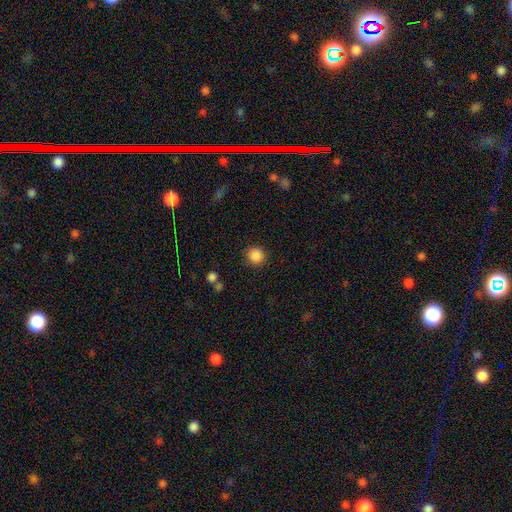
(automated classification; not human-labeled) smooth-or-featured: smooth: 87% | star or artifact: 10% | featured or disk: 3%
  how-rounded: round: 93% | in between: 6% | cigar-shaped: 1%
  merging: none: 88% | minor disturbance: 8% | major disturbance: 3% | merger: 2%